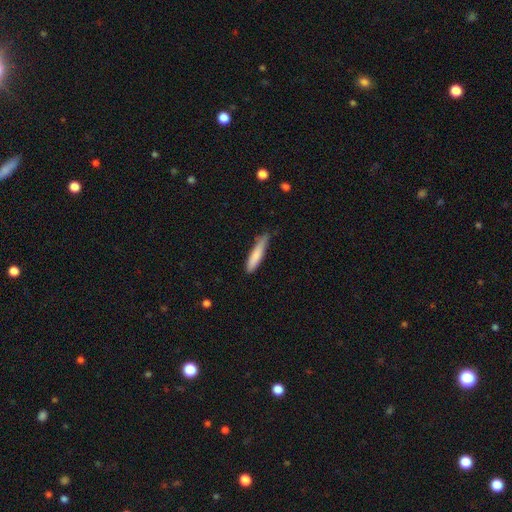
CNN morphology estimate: smooth 81%, featured or disk 14%, star or artifact 6%. Down the decision tree: how rounded — cigar-shaped (86%); merging — none (65%).